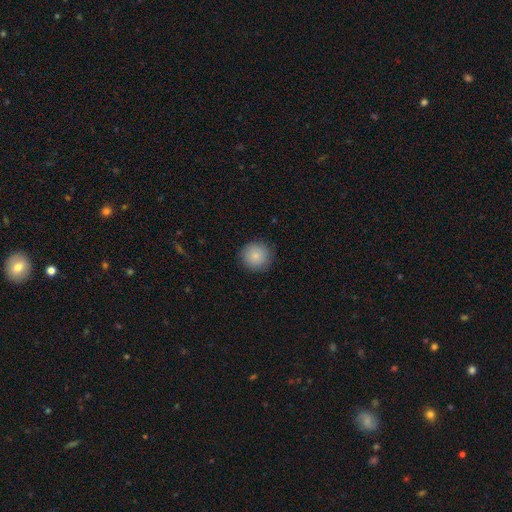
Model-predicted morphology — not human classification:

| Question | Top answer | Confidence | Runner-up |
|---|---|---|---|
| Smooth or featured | smooth | 84% | featured or disk (8%) |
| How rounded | round | 95% | in between (4%) |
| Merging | none | 87% | minor disturbance (10%) |